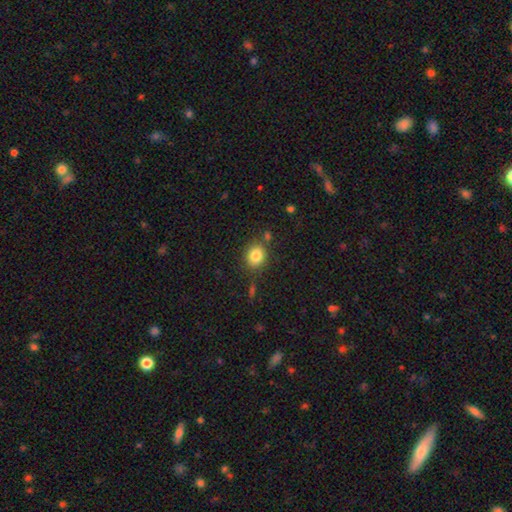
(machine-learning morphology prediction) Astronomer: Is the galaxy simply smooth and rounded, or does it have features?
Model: smooth — 84%.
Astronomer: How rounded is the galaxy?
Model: round — 70%.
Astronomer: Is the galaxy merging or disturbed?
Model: none — 78%.